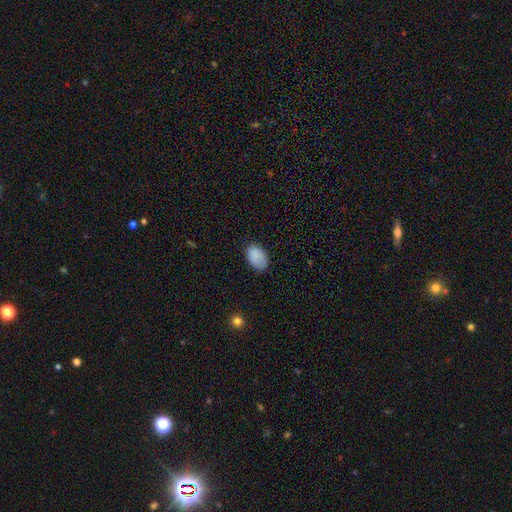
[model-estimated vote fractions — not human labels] Morphology: type=smooth (87%); roundness=in between (89%); merging=none (76%).